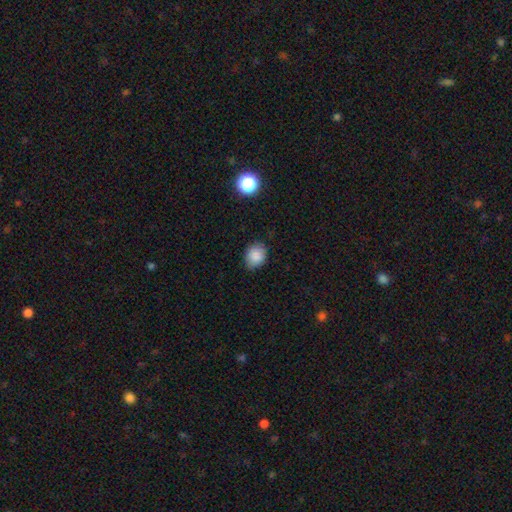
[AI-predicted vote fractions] A smooth galaxy with no disk features (86%) that is round (53%).

Vote fractions:
- Smooth or featured? smooth: 86% / star or artifact: 10% / featured or disk: 5%
- How rounded? round: 53% / in between: 46% / cigar-shaped: 1%
- Merging? none: 79% / minor disturbance: 17% / major disturbance: 3% / merger: 1%